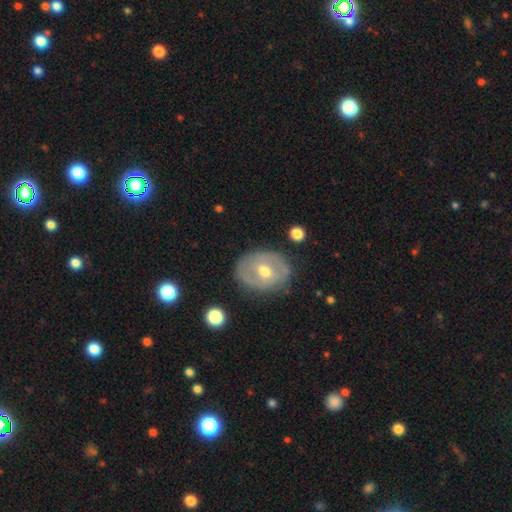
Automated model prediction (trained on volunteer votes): Smooth or featured?
  - featured or disk: 62% *
  - smooth: 28%
  - star or artifact: 10%
Edge-on disk?
  - no: 94% *
  - yes: 6%
Bar?
  - no: 53% *
  - weak: 32%
  - strong: 15%
Spiral arms?
  - no: 55% *
  - yes: 45%
Bulge size?
  - moderate: 63% *
  - small: 33%
  - large: 2%
  - none: 1%
  - dominant: 1%
Merging?
  - none: 80% *
  - minor disturbance: 14%
  - major disturbance: 4%
  - merger: 2%